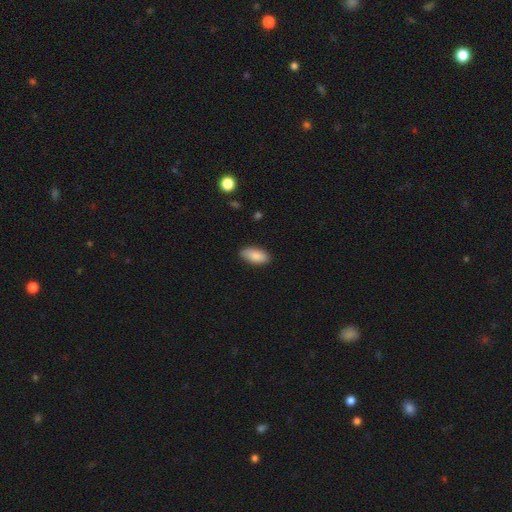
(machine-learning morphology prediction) This appears to be a smooth galaxy with no disk features (87%) that is in between round and cigar-shaped (92%). Merging: none (85%).